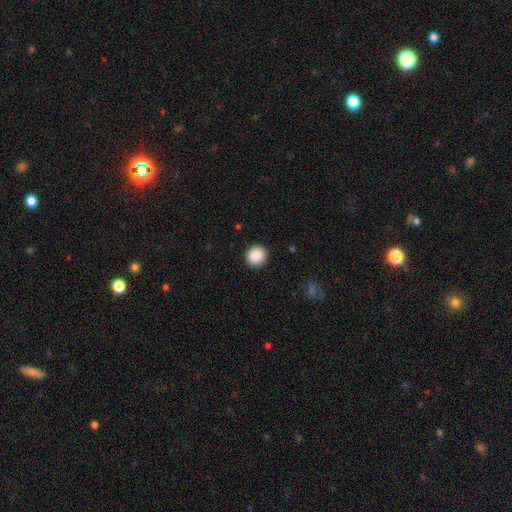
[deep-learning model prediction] smooth 89%, star or artifact 8%, featured or disk 3%. Down the decision tree: how rounded — round (91%); merging — none (91%).